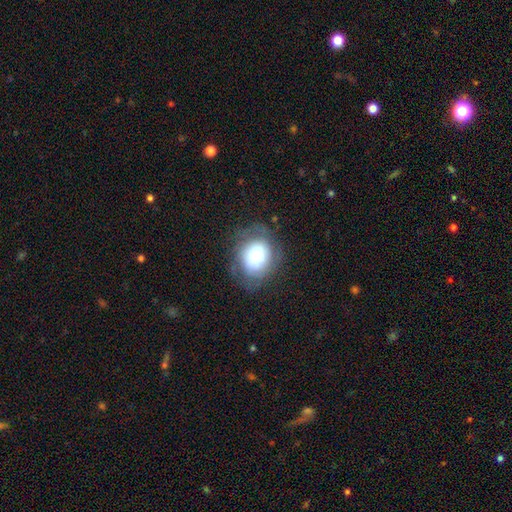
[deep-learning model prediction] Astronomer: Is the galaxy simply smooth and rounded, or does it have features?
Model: smooth — 62%.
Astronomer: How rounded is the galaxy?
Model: round — 63%.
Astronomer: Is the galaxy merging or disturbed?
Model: none — 65%.